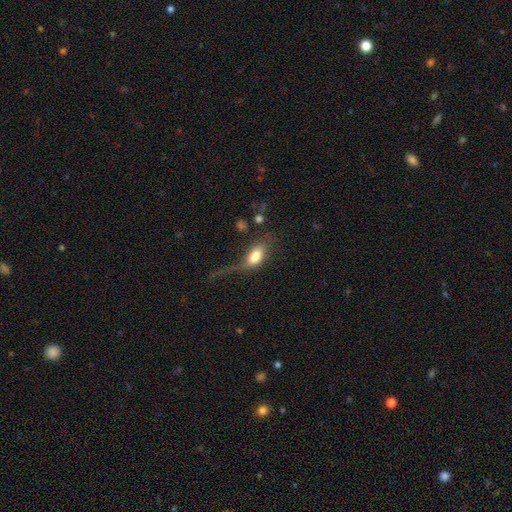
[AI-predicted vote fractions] This is likely a smooth galaxy (72%). How rounded: clearly in between (85%). Merging: possibly major disturbance (46%).